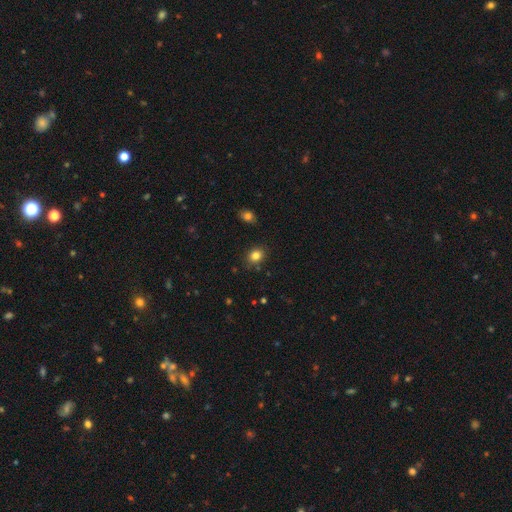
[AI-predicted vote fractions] Smooth or featured? Predicted: smooth (p=0.83). How rounded? Predicted: round (p=0.58). Merging? Predicted: none (p=0.83).